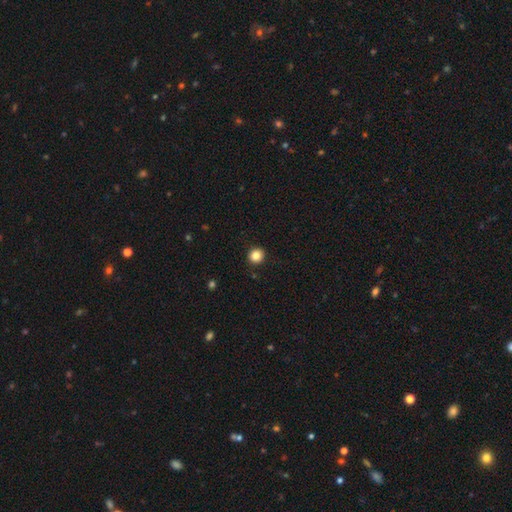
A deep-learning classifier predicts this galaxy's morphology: smooth_or_featured: smooth (p=0.84) [alt: star or artifact p=0.12]
how_rounded: round (p=0.92) [alt: in between p=0.07]
merging: none (p=0.92) [alt: minor disturbance p=0.05]